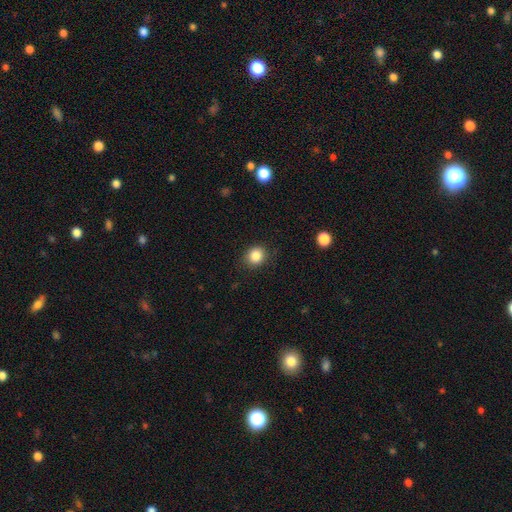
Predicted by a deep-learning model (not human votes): The model was most divided on "how rounded": round: 78%, in between: 21%, cigar-shaped: 1%. More confident: merging — none (86%); smooth or featured — smooth (86%).